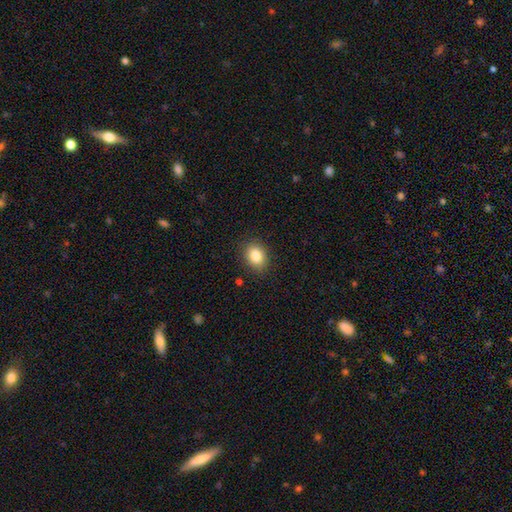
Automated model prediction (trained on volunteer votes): Overall: smooth (84%). How rounded: in between (55%; round 44%). Merging: none (87%).